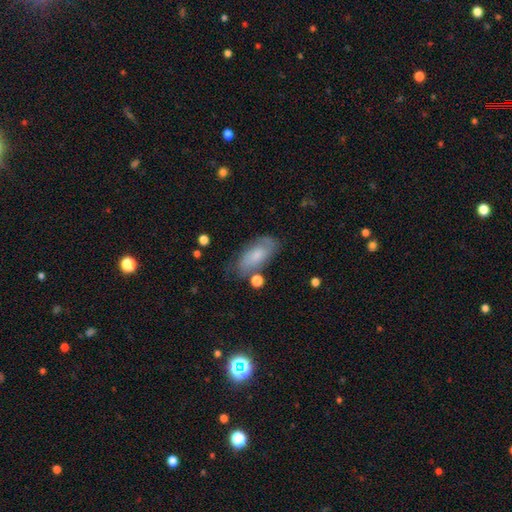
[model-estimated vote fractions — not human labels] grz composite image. It shows a smooth galaxy with no disk features (64%) that is in between round and cigar-shaped (87%). Merging: none (64%).